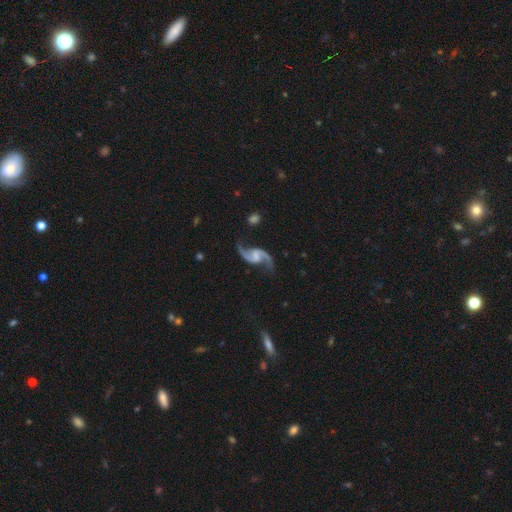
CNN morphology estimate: Smooth or featured?
  - featured or disk: 93% *
  - star or artifact: 4%
  - smooth: 3%
Edge-on disk?
  - no: 98% *
  - yes: 2%
Bar?
  - weak: 49% *
  - no: 33%
  - strong: 18%
Spiral arms?
  - yes: 98% *
  - no: 2%
Spiral winding?
  - loose: 72% *
  - medium: 24%
  - tight: 4%
Spiral arm count?
  - 2: 95% *
  - 1: 1%
  - can't tell: 1%
  - 3: 1%
  - 4: 1%
  - more than 4: 1%
Bulge size?
  - none: 49% *
  - small: 28%
  - moderate: 17%
  - large: 5%
  - dominant: 1%
Merging?
  - none: 77% *
  - minor disturbance: 14%
  - major disturbance: 7%
  - merger: 3%